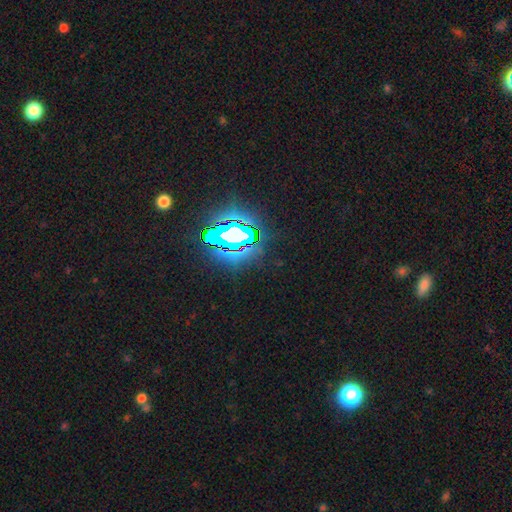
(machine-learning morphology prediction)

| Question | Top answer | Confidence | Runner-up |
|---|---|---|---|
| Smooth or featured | star or artifact | 80% | smooth (12%) |